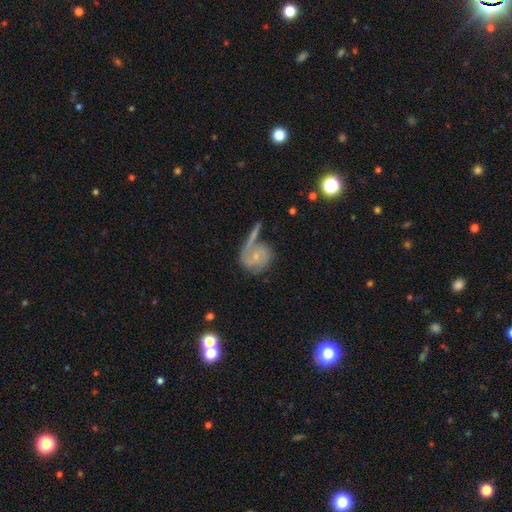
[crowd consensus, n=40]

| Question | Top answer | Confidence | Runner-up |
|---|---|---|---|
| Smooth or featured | featured or disk | 62% | smooth (32%) |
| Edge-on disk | no | 96% | yes (4%) |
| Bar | no | 67% | weak (25%) |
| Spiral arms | yes | 75% | no (25%) |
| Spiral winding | tight | 44% | medium (28%) |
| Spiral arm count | can't tell | 33% | 2 (28%) |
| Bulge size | small | 71% | moderate (21%) |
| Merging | none | 53% | minor disturbance (16%) |